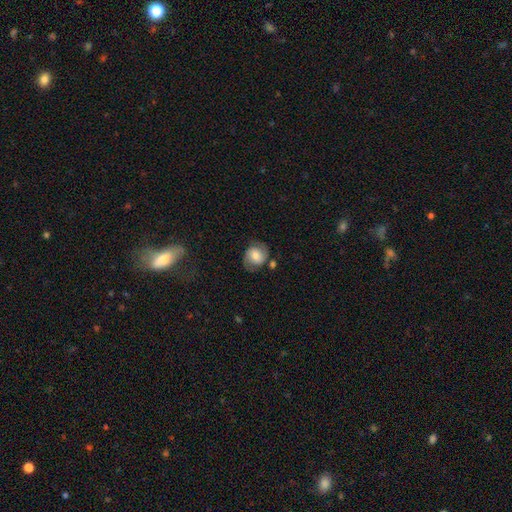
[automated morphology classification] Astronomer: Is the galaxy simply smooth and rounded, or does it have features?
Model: featured or disk — 48% (runner-up: smooth, 43%).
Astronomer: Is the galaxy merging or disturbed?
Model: none — 69%.